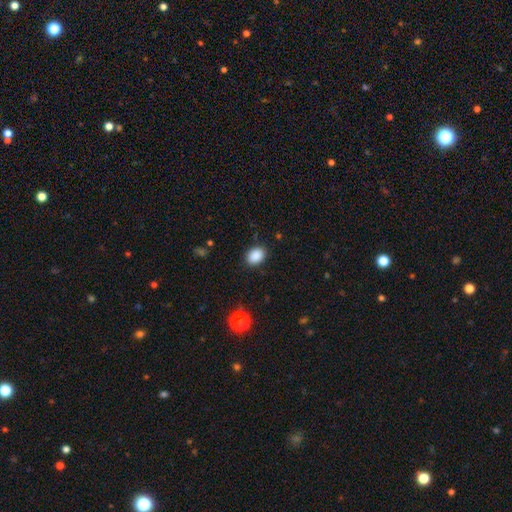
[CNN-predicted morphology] The model was most divided on "how rounded": in between: 71%, round: 28%, cigar-shaped: 1%. More confident: smooth or featured — smooth (88%); merging — none (87%).